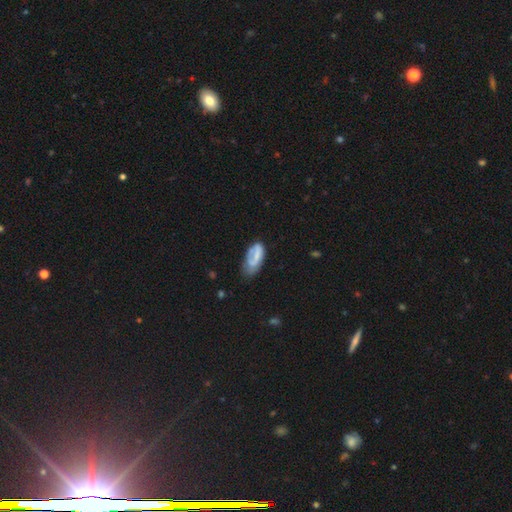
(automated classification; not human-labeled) Morphology: type=smooth (54%); roundness=in between (87%); merging=none (41%).